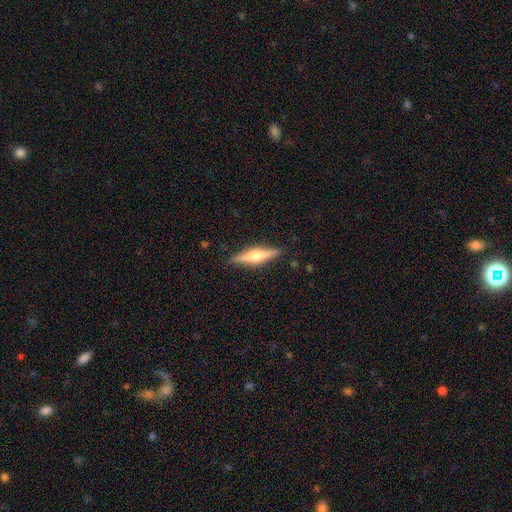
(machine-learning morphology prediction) A featured or disk galaxy (61%) viewed edge-on (97%) with a rounded central bulge (87%).

Vote fractions:
- Smooth or featured? featured or disk: 61% / smooth: 33% / star or artifact: 6%
- Edge-on disk? yes: 97% / no: 3%
- Edge-on bulge? rounded: 87% / boxy: 9% / none: 4%
- Merging? none: 88% / minor disturbance: 9% / major disturbance: 2% / merger: 1%